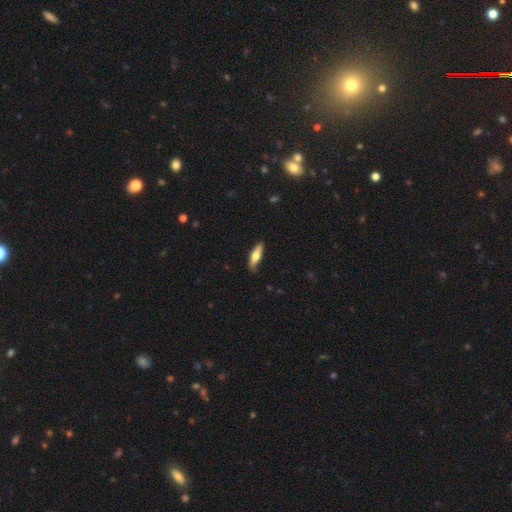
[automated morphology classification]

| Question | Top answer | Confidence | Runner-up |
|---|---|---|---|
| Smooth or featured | smooth | 56% | featured or disk (38%) |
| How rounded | cigar-shaped | 64% | in between (34%) |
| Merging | none | 84% | minor disturbance (12%) |